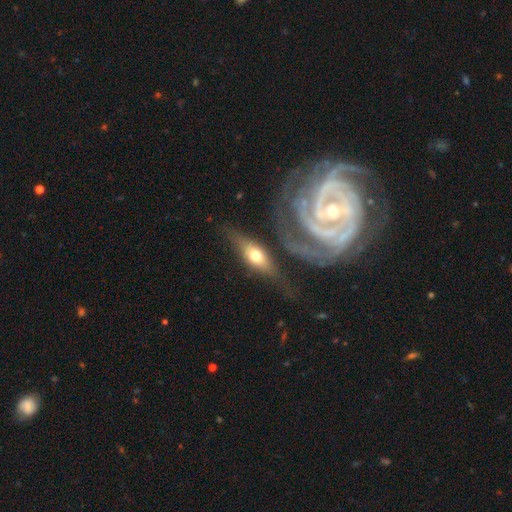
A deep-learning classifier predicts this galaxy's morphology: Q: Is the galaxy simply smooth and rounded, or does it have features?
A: featured or disk — 51%.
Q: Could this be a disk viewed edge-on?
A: yes — 52%.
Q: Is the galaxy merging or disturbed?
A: none — 54%.